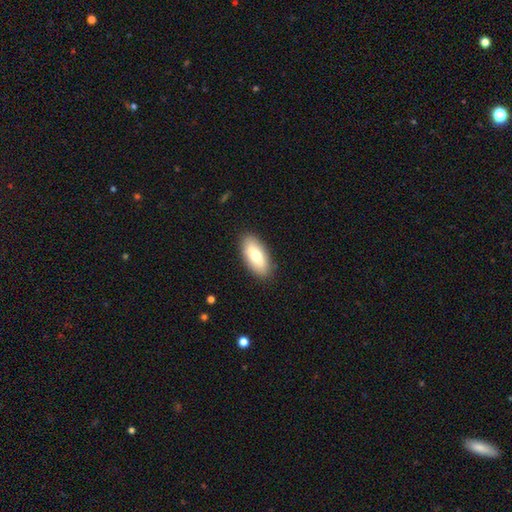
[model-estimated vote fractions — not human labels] Morphology: type=smooth (69%); roundness=in between (89%); merging=none (87%).